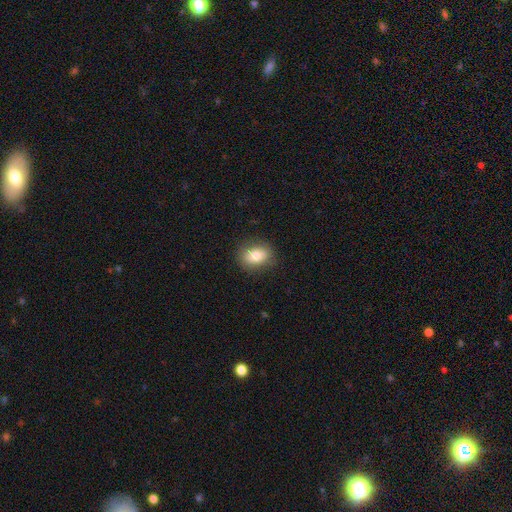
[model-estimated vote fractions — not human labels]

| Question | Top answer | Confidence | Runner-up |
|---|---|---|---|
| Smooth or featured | smooth | 80% | featured or disk (12%) |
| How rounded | in between | 65% | round (34%) |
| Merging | none | 84% | minor disturbance (12%) |